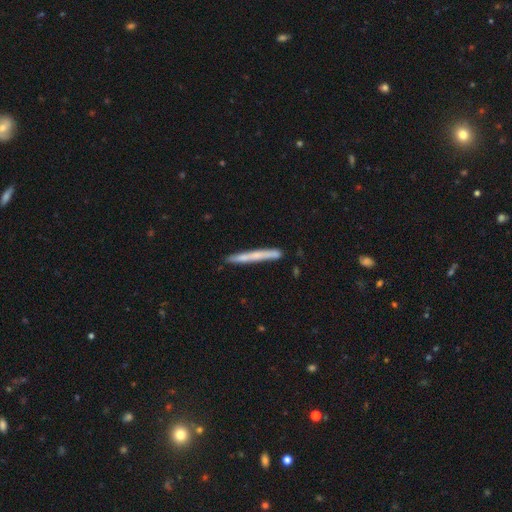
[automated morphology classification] smooth_or_featured: smooth (p=0.55) [alt: featured or disk p=0.39]
how_rounded: cigar-shaped (p=0.97) [alt: in between p=0.02]
merging: none (p=0.85) [alt: minor disturbance p=0.11]